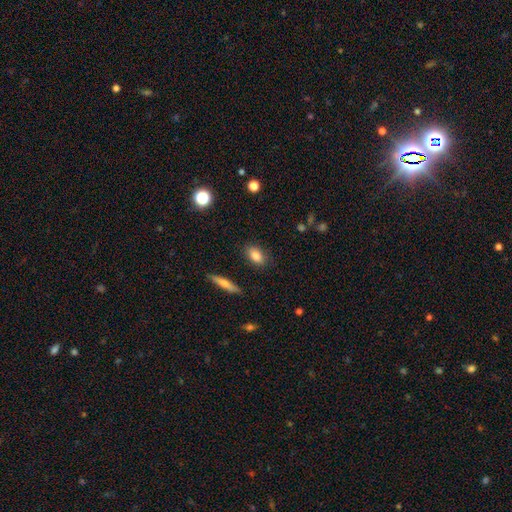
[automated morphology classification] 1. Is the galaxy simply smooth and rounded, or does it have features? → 82% smooth, 10% featured or disk, 8% star or artifact.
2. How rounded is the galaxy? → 82% in between, 13% round, 6% cigar-shaped.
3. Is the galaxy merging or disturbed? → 86% none, 10% minor disturbance, 2% major disturbance, 2% merger.